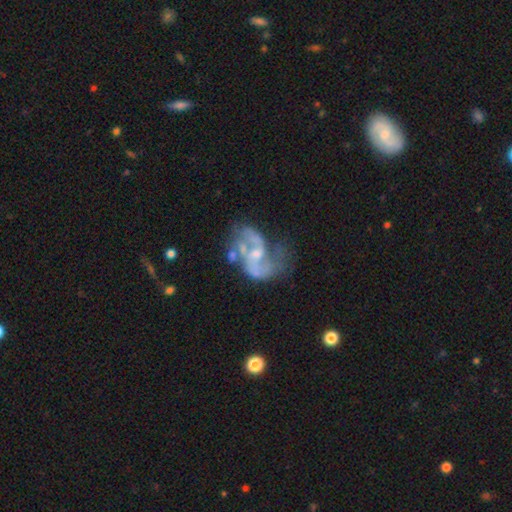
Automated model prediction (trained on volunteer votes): Q: Smooth or featured?
A: featured or disk (81%); runner-up: smooth (11%)
Q: Edge-on disk?
A: no (98%); runner-up: yes (2%)
Q: Bar?
A: no (52%); runner-up: weak (39%)
Q: Spiral arms?
A: yes (82%); runner-up: no (18%)
Q: Spiral winding?
A: loose (46%); runner-up: medium (42%)
Q: Spiral arm count?
A: 2 (74%); runner-up: can't tell (13%)
Q: Bulge size?
A: small (47%); runner-up: moderate (38%)
Q: Merging?
A: none (36%); runner-up: major disturbance (28%)